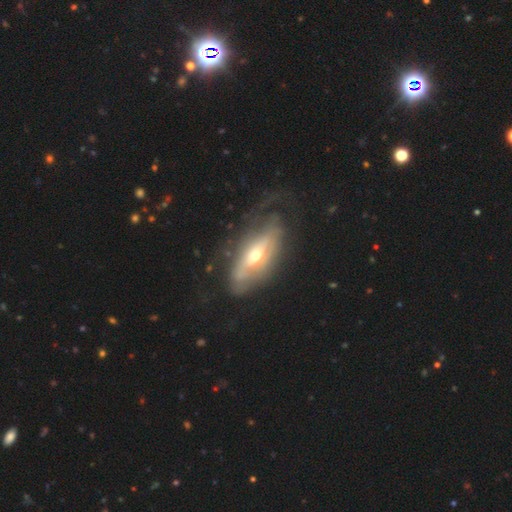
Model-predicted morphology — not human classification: The model was most divided on "spiral arms": yes: 59%, no: 41%. Remaining: edge-on disk — no (78%); smooth or featured — featured or disk (73%); bulge size — moderate (65%); bar — no (57%); merging — none (47%).